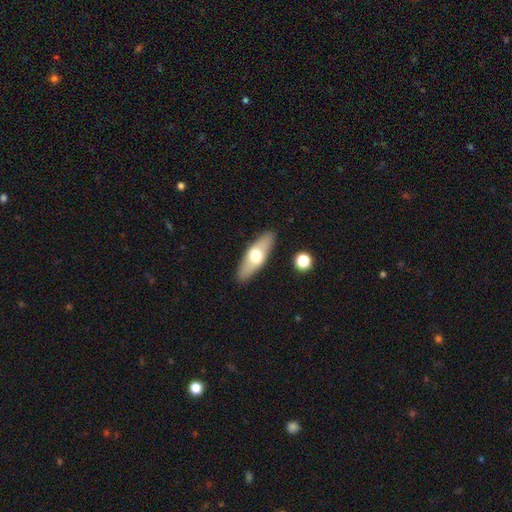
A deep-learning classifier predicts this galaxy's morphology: smooth-or-featured: smooth: 52% | featured or disk: 42% | star or artifact: 6%
  how-rounded: in between: 55% | cigar-shaped: 42% | round: 3%
  merging: none: 88% | minor disturbance: 8% | major disturbance: 2% | merger: 2%